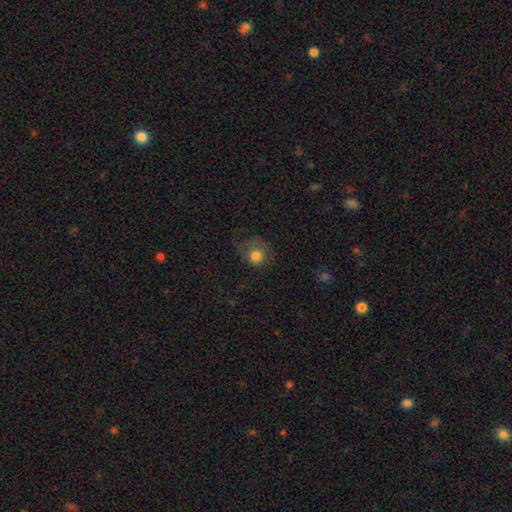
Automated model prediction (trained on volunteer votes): smooth-or-featured: smooth: 75% | featured or disk: 15% | star or artifact: 10%
  how-rounded: round: 79% | in between: 20% | cigar-shaped: 1%
  merging: none: 44% | major disturbance: 28% | minor disturbance: 26% | merger: 2%